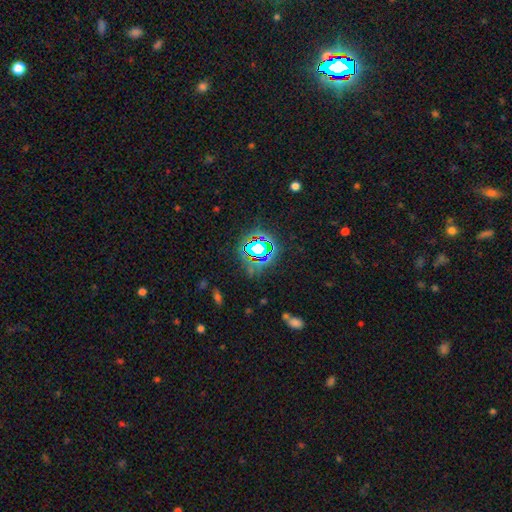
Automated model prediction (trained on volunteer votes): Morphology: type=star or artifact (74%).